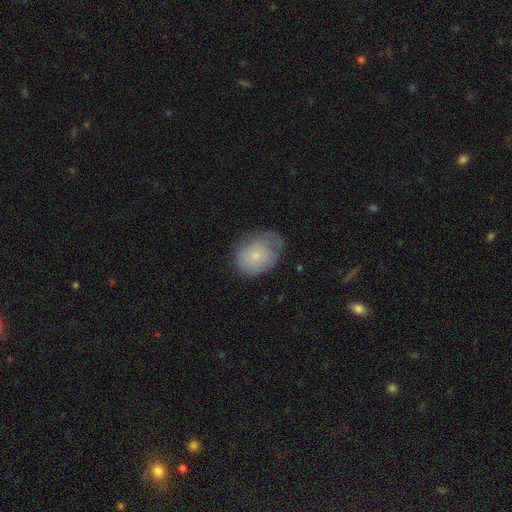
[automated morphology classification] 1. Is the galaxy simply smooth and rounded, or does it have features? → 63% smooth, 29% featured or disk, 8% star or artifact.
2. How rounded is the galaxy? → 59% in between, 40% round, 1% cigar-shaped.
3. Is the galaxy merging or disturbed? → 49% none, 34% minor disturbance, 16% major disturbance, 1% merger.